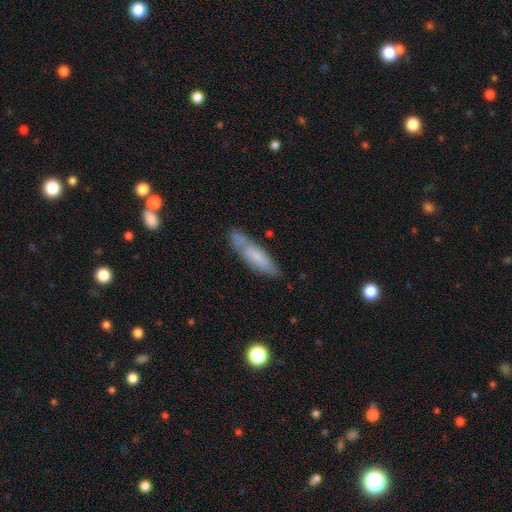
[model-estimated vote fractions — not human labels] Overall: smooth (61%; featured or disk 32%). How rounded: cigar-shaped (70%). Merging: none (73%).